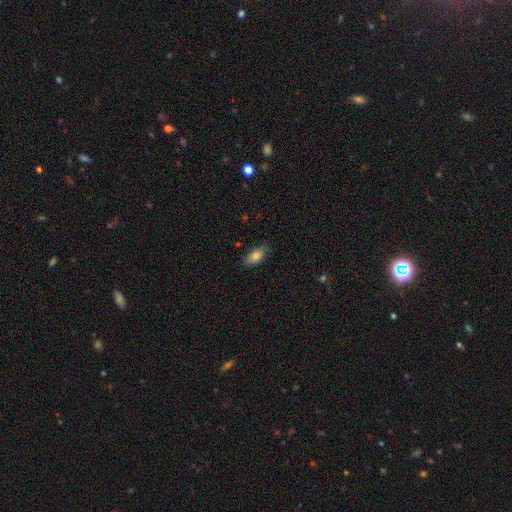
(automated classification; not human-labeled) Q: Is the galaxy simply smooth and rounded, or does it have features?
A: smooth — 78%.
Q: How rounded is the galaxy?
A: in between — 85%.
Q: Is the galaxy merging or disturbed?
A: none — 75%.